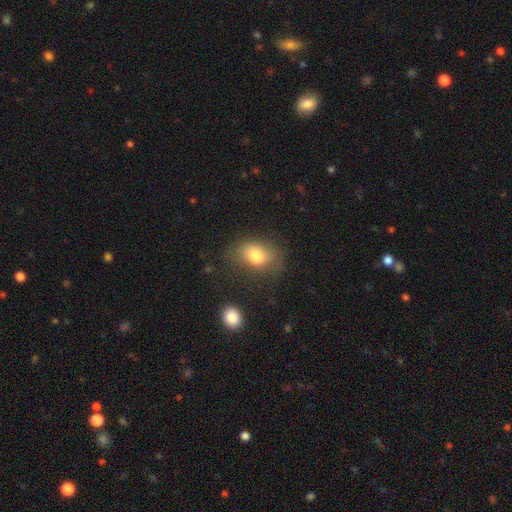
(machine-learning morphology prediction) A smooth galaxy with no disk features (78%) that is in between round and cigar-shaped (73%).

Vote fractions:
- Smooth or featured? smooth: 78% / featured or disk: 13% / star or artifact: 9%
- How rounded? in between: 73% / round: 26% / cigar-shaped: 1%
- Merging? none: 62% / minor disturbance: 22% / major disturbance: 13% / merger: 3%